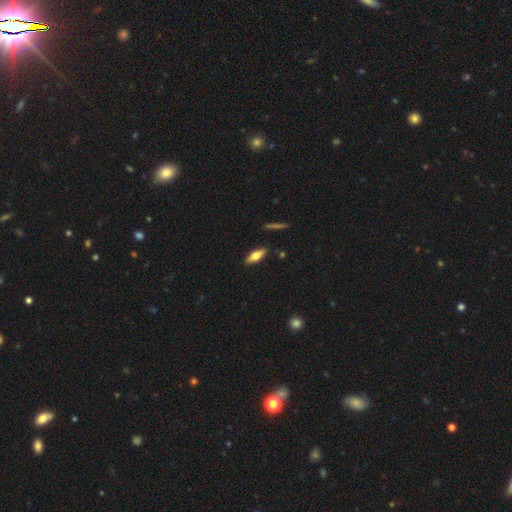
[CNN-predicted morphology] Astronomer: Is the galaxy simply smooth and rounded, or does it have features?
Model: smooth — 55% (runner-up: featured or disk, 39%).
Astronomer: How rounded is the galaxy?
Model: in between — 57% (runner-up: cigar-shaped, 41%).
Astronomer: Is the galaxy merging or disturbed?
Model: none — 88%.